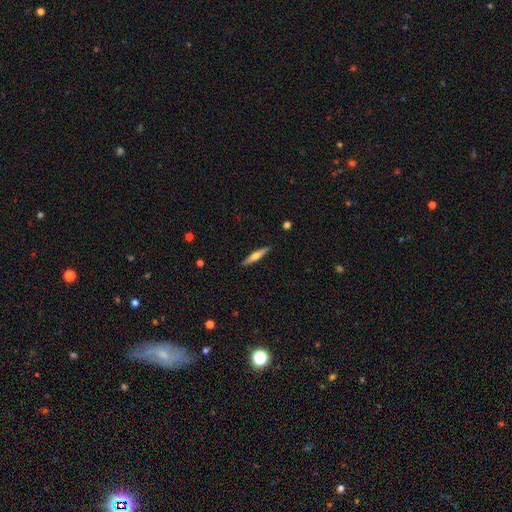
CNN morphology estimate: This is possibly a featured or disk galaxy (49%). Merging: clearly none (90%).